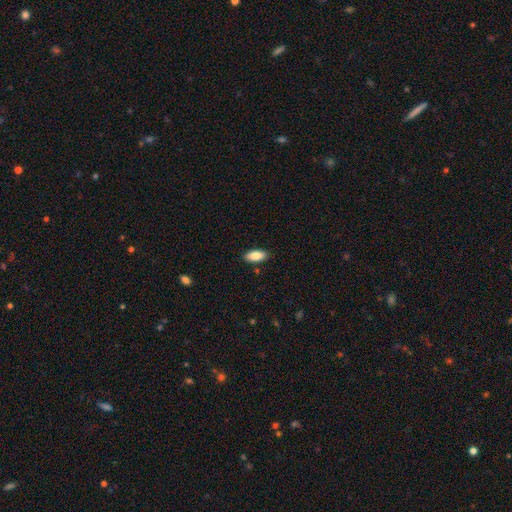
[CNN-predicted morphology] Q: Smooth or featured?
A: smooth (85%); runner-up: featured or disk (9%)
Q: How rounded?
A: in between (88%); runner-up: cigar-shaped (10%)
Q: Merging?
A: none (88%); runner-up: minor disturbance (9%)